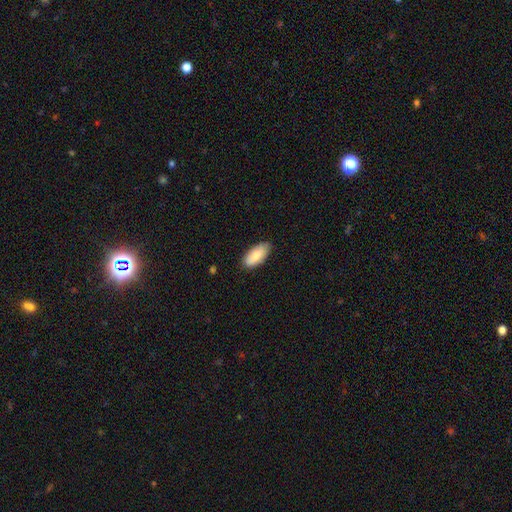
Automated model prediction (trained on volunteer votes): smooth_or_featured: smooth (p=0.84) [alt: featured or disk p=0.10]
how_rounded: in between (p=0.91) [alt: cigar-shaped p=0.07]
merging: none (p=0.82) [alt: minor disturbance p=0.15]